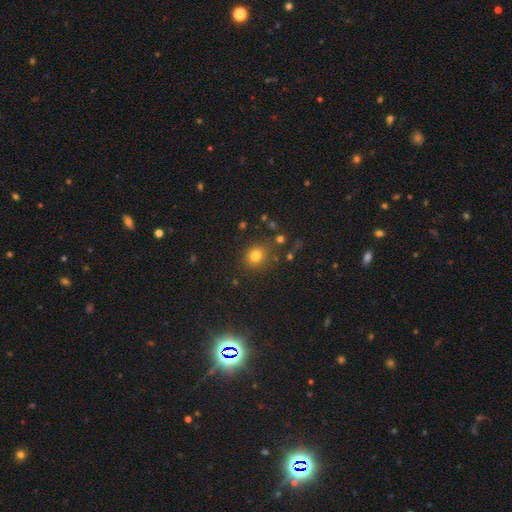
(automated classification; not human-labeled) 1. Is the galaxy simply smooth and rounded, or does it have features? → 77% smooth, 16% star or artifact, 7% featured or disk.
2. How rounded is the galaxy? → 72% round, 27% in between, 1% cigar-shaped.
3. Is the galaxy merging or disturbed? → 79% none, 12% minor disturbance, 5% merger, 5% major disturbance.